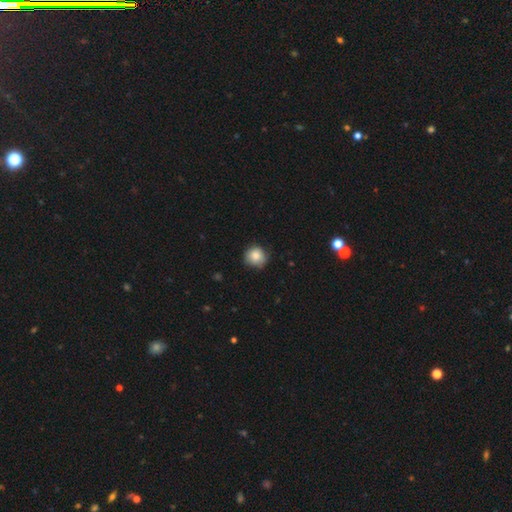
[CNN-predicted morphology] smooth 83%, star or artifact 9%, featured or disk 8%. Down the decision tree: how rounded — round (90%); merging — none (73%).